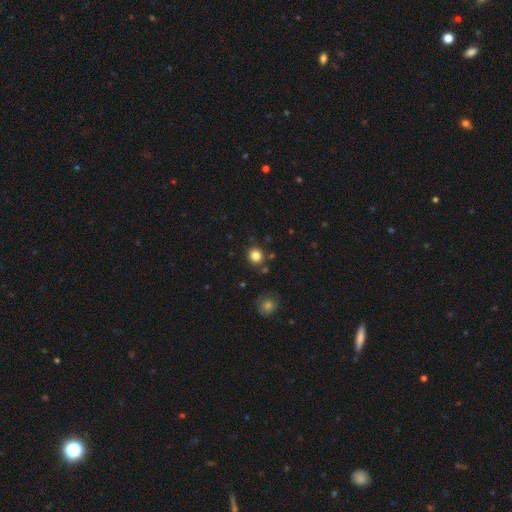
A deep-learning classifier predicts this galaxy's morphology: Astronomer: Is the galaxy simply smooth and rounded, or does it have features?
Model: smooth — 82%.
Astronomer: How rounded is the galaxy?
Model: round — 88%.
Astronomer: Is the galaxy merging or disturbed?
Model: none — 85%.